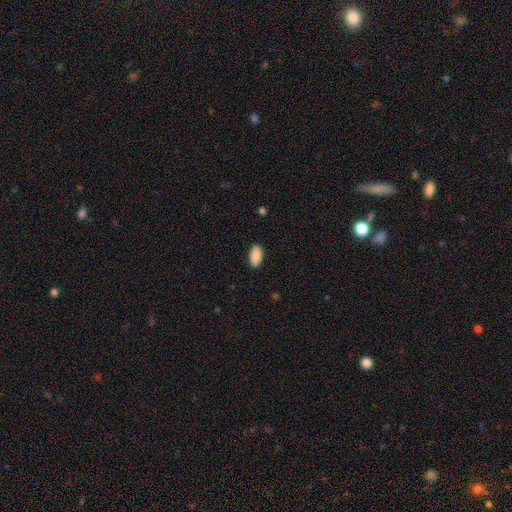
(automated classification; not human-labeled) This is clearly a smooth galaxy (89%). How rounded: clearly in between (93%). Merging: clearly none (89%).